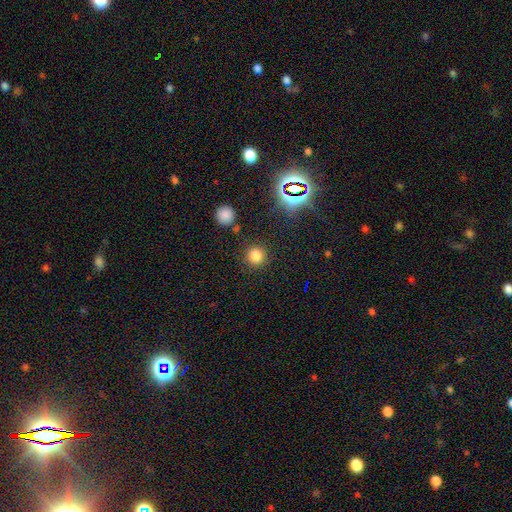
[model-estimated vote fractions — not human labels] Morphology: type=smooth (77%); roundness=round (92%); merging=none (88%).